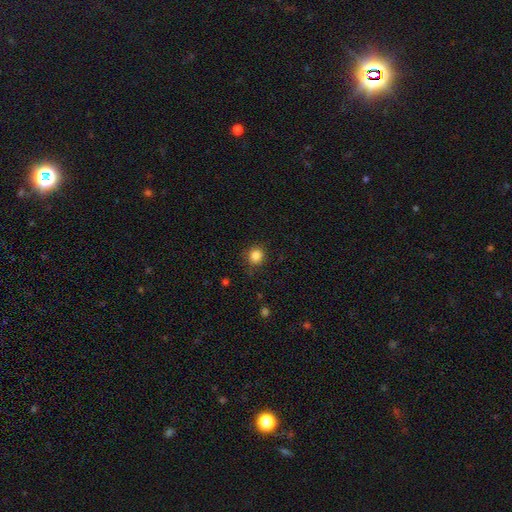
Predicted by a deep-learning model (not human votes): Overall: smooth (85%). How rounded: round (84%). Merging: none (85%).